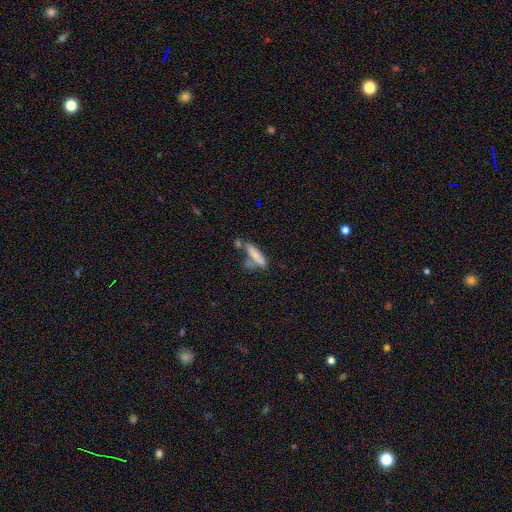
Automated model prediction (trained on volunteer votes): Overall: smooth (76%). How rounded: cigar-shaped (78%). Merging: none (45%; merger 27%).